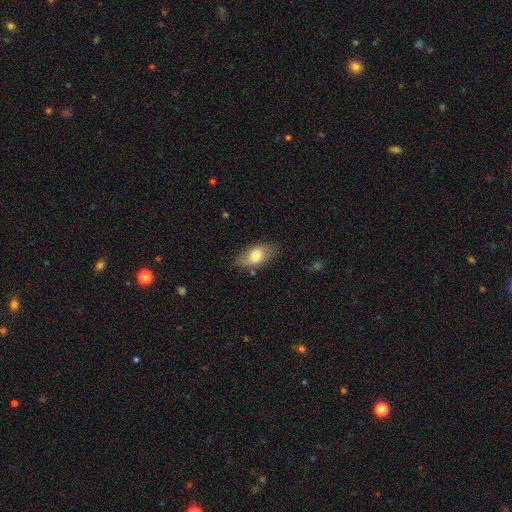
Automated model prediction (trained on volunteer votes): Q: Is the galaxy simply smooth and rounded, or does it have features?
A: smooth — 73%.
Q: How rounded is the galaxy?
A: in between — 90%.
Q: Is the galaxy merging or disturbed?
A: none — 79%.